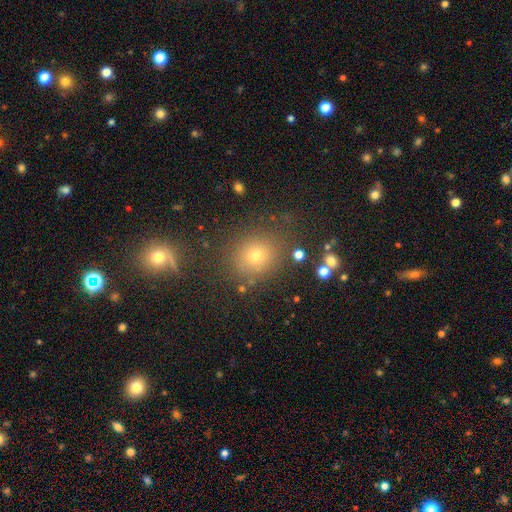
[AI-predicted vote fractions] Smooth or featured: smooth — 67% (star or artifact — 22%)
How rounded: round — 74% (in between — 25%)
Merging: none — 80% (minor disturbance — 10%)